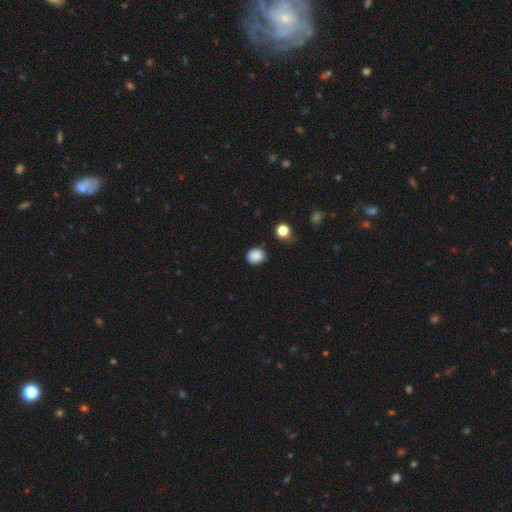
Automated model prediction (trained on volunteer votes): A smooth galaxy with no disk features (86%) that is round (60%). Merging: none (83%).